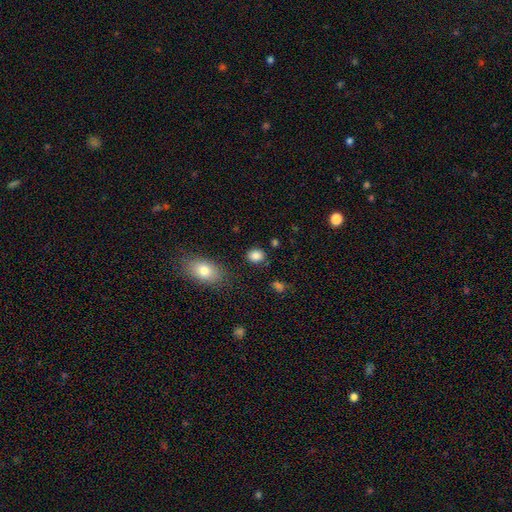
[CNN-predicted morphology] Q: Smooth or featured?
A: smooth (86%); runner-up: star or artifact (10%)
Q: How rounded?
A: round (53%); runner-up: in between (46%)
Q: Merging?
A: none (83%); runner-up: minor disturbance (11%)